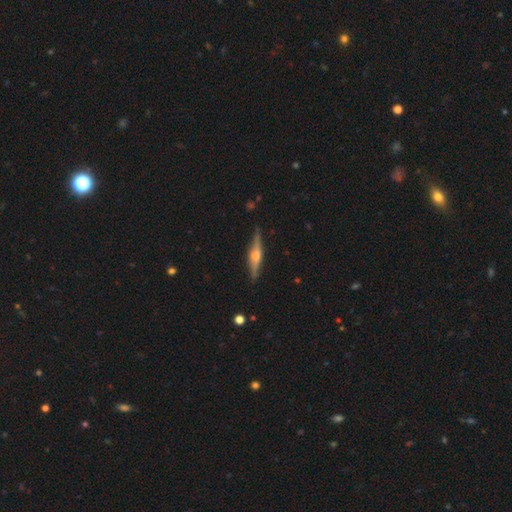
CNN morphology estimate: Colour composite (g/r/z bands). It shows a featured or disk galaxy (74%) viewed edge-on (97%) with a rounded central bulge (89%). Merging: none (88%).